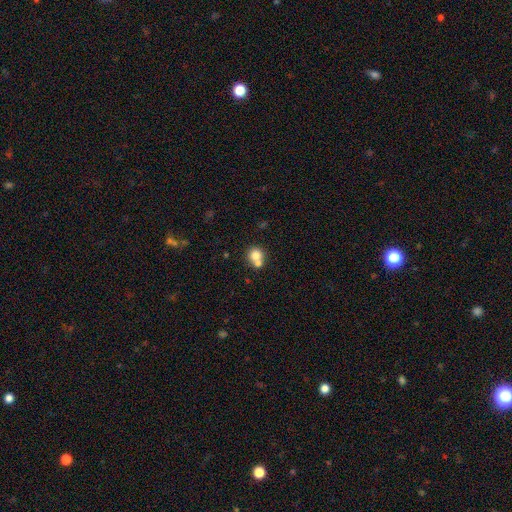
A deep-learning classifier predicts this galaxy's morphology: smooth 76%, featured or disk 13%, star or artifact 11%. Down the decision tree: how rounded — round (87%); merging — merger (47%).